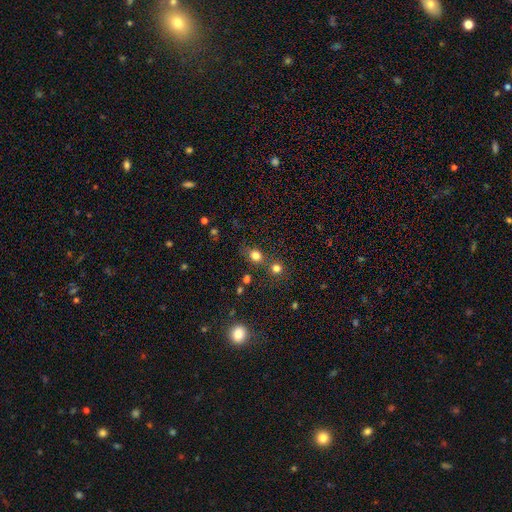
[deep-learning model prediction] smooth-or-featured: smooth: 78% | star or artifact: 15% | featured or disk: 7%
  how-rounded: round: 55% | in between: 44% | cigar-shaped: 2%
  merging: none: 60% | merger: 21% | minor disturbance: 13% | major disturbance: 6%